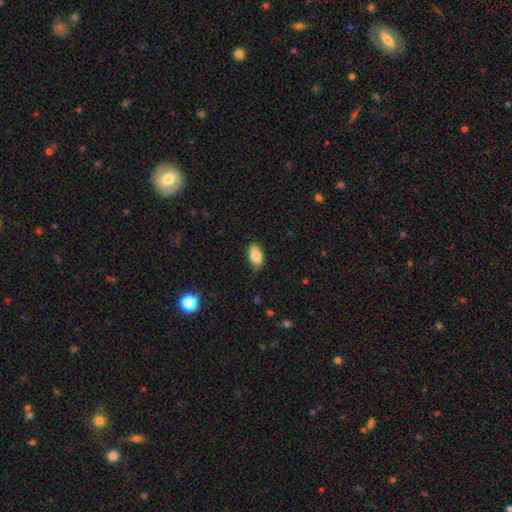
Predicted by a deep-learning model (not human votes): A smooth galaxy with no disk features (83%) that is in between round and cigar-shaped (91%).

Vote fractions:
- Smooth or featured? smooth: 83% / featured or disk: 9% / star or artifact: 7%
- How rounded? in between: 91% / round: 6% / cigar-shaped: 3%
- Merging? none: 74% / minor disturbance: 21% / major disturbance: 3% / merger: 1%